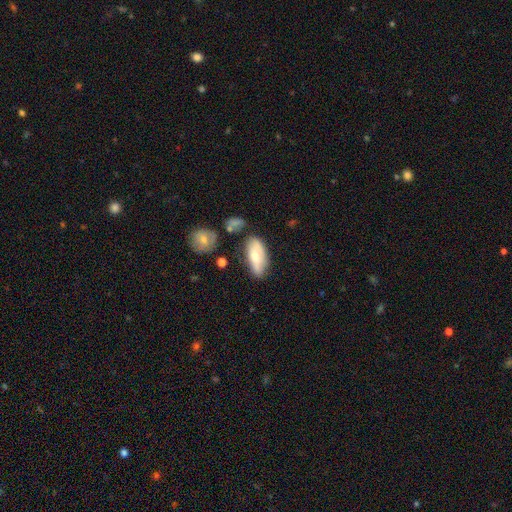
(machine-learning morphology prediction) This is likely a smooth galaxy (64%). How rounded: clearly in between (84%). Merging: likely none (61%).